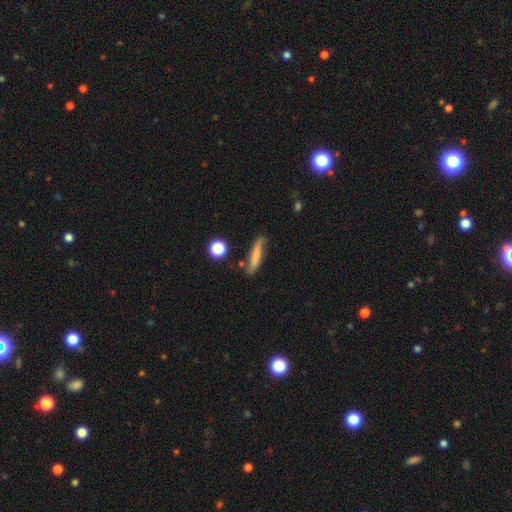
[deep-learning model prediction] Smooth or featured?
  - smooth: 64% *
  - featured or disk: 28%
  - star or artifact: 9%
How rounded?
  - cigar-shaped: 84% *
  - in between: 12%
  - round: 4%
Merging?
  - none: 68% *
  - minor disturbance: 21%
  - major disturbance: 6%
  - merger: 5%